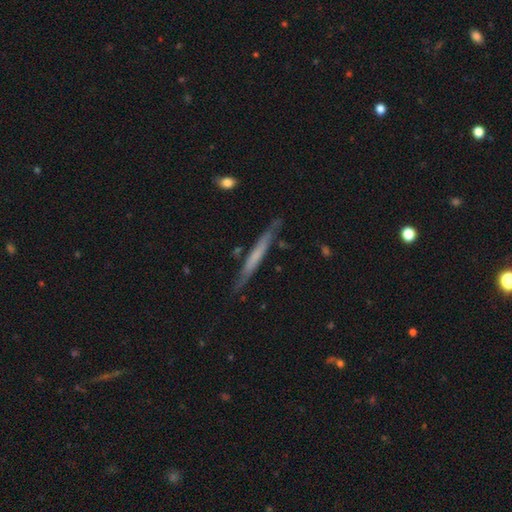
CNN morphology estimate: This appears to be a featured or disk galaxy (52%) viewed edge-on (93%). Merging: none (81%).